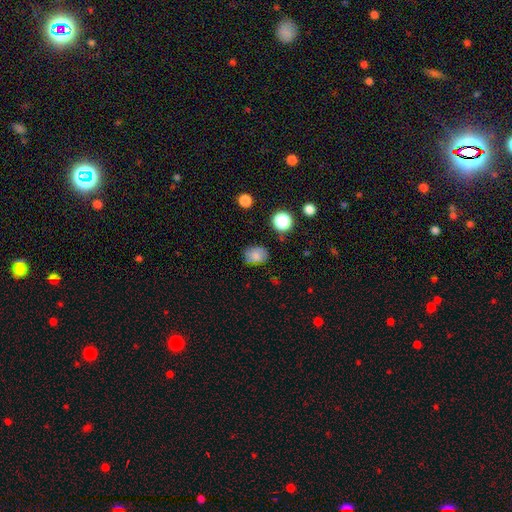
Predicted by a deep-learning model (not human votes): This appears to be a smooth galaxy with no disk features (79%) that is in between round and cigar-shaped (57%). Merging: none (75%).